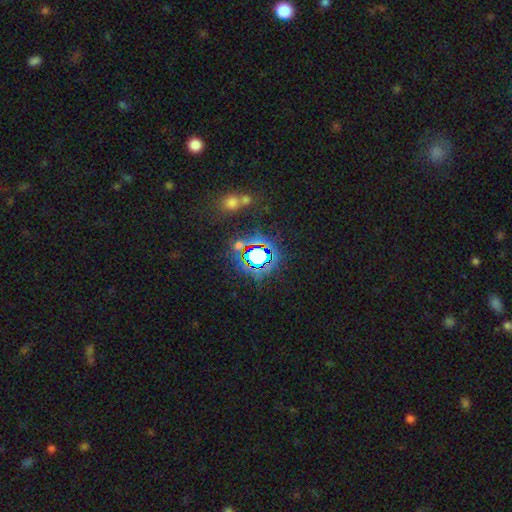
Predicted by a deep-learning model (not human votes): Morphology: type=star or artifact (71%).